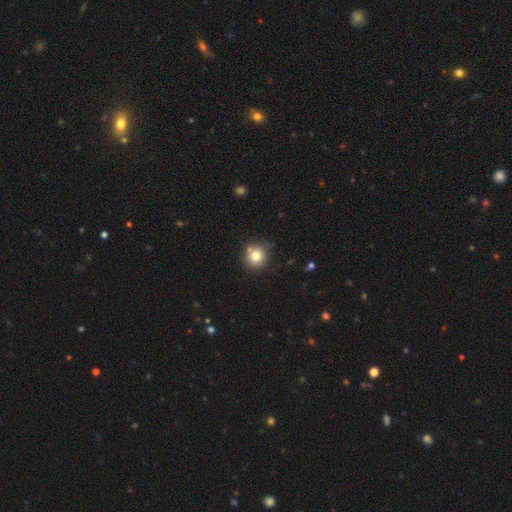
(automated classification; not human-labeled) This is likely a smooth galaxy (78%). How rounded: clearly round (93%). Merging: likely none (79%).